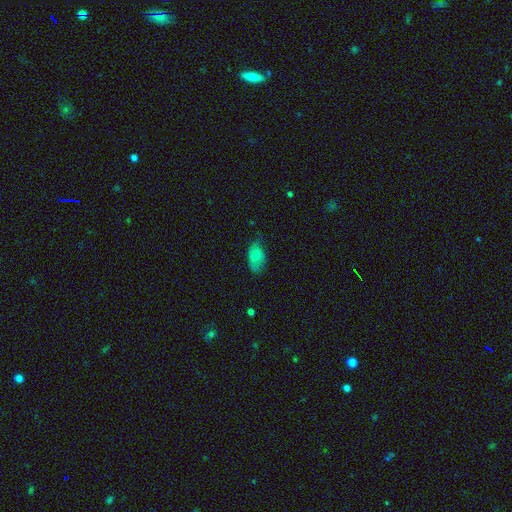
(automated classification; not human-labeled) The model was most divided on "merging": none: 52%, minor disturbance: 36%, major disturbance: 11%, merger: 2%. More confident: how rounded — in between (92%); smooth or featured — smooth (71%).